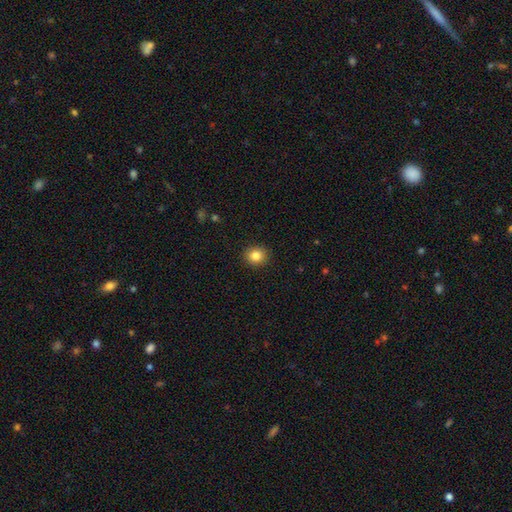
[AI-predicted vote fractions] This is clearly a smooth galaxy (84%). How rounded: clearly round (83%). Merging: clearly none (91%).